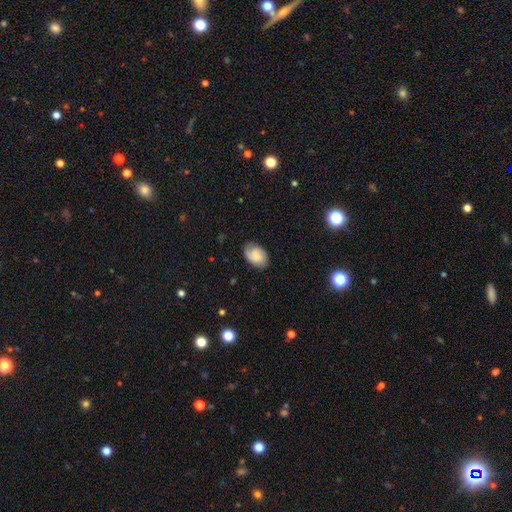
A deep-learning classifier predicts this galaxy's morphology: Smooth or featured? smooth (65%)
How rounded? in between (85%)
Merging? none (75%)